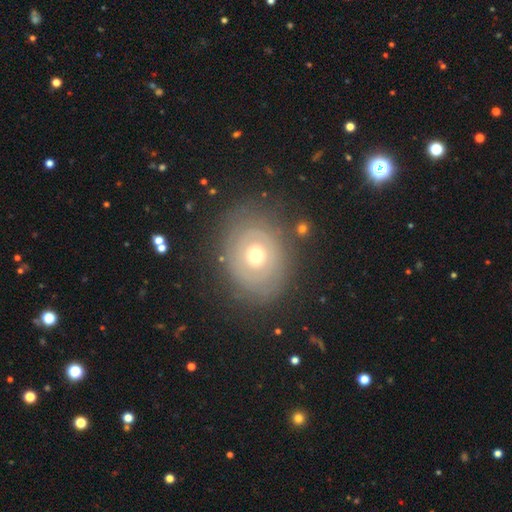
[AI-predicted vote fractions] Smooth or featured? featured or disk (60%)
Edge-on disk? no (95%)
Bar? no (90%)
Spiral arms? no (55%)
Bulge size? moderate (63%)
Merging? none (76%)